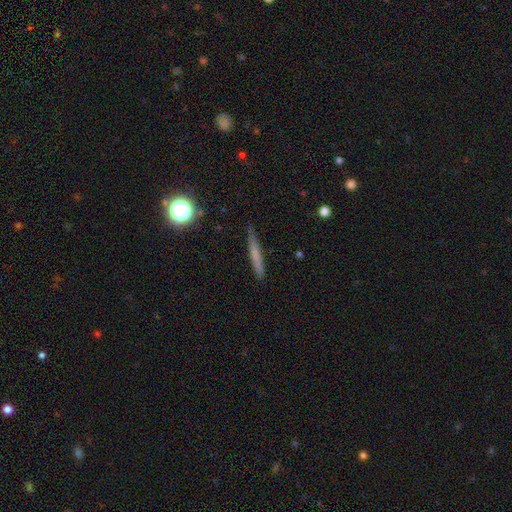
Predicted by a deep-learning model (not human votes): Q: Smooth or featured?
A: smooth (58%); runner-up: featured or disk (33%)
Q: How rounded?
A: cigar-shaped (93%); runner-up: in between (4%)
Q: Merging?
A: none (86%); runner-up: minor disturbance (11%)